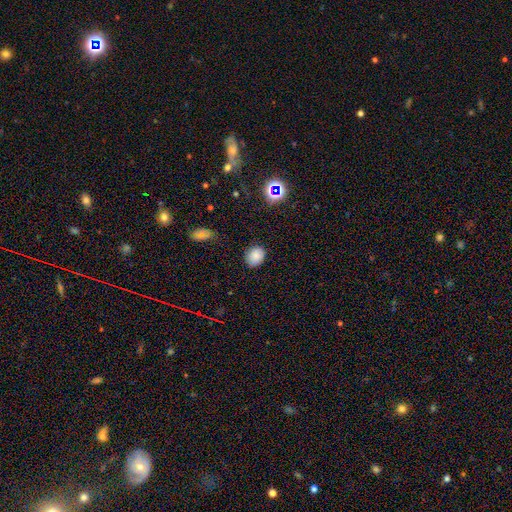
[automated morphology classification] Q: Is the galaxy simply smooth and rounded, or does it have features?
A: smooth — 83%.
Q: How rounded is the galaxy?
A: round — 51%.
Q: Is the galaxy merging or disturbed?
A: none — 78%.